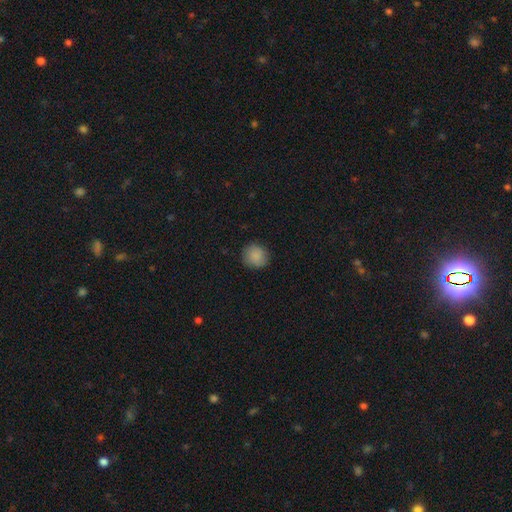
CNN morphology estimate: smooth_or_featured: smooth (p=0.87) [alt: star or artifact p=0.08]
how_rounded: round (p=0.87) [alt: in between p=0.12]
merging: none (p=0.86) [alt: minor disturbance p=0.11]